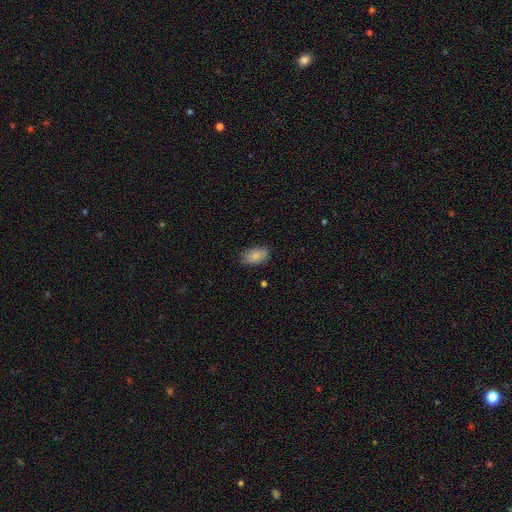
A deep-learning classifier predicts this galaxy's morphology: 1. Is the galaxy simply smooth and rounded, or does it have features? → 85% smooth, 8% featured or disk, 7% star or artifact.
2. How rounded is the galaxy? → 93% in between, 5% round, 3% cigar-shaped.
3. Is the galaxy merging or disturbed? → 86% none, 11% minor disturbance, 2% major disturbance, 1% merger.